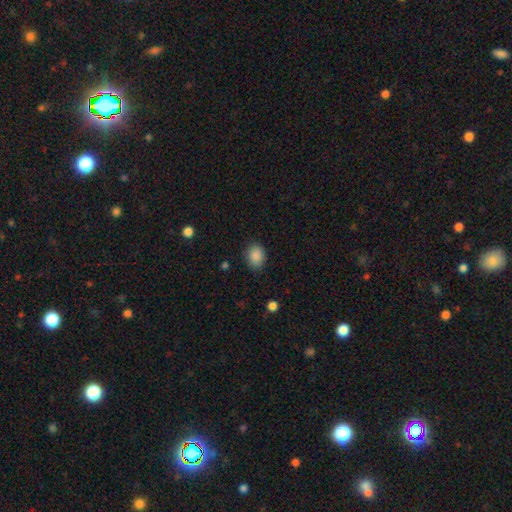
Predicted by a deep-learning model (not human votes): This is clearly a smooth galaxy (88%). How rounded: possibly in between (54%). Merging: clearly none (84%).